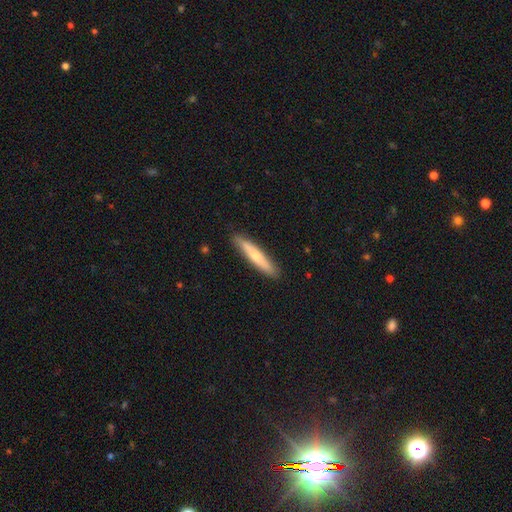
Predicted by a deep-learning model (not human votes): Smooth or featured?
  - smooth: 60% *
  - featured or disk: 35%
  - star or artifact: 5%
How rounded?
  - cigar-shaped: 91% *
  - in between: 8%
  - round: 1%
Merging?
  - none: 88% *
  - minor disturbance: 9%
  - major disturbance: 2%
  - merger: 1%